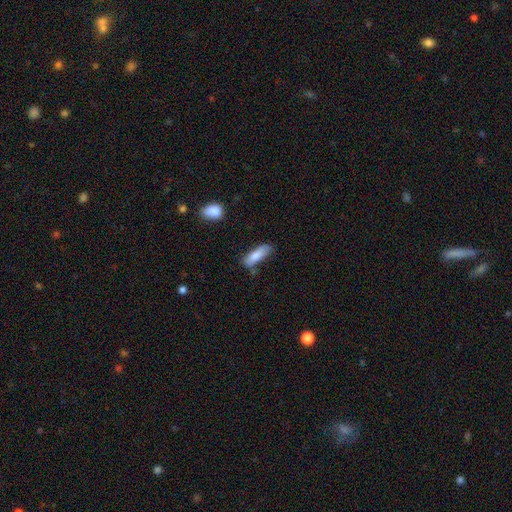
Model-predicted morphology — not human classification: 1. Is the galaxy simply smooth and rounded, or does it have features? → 79% smooth, 15% featured or disk, 6% star or artifact.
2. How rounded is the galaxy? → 53% in between, 45% cigar-shaped, 2% round.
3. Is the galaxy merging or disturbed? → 67% none, 23% minor disturbance, 6% merger, 5% major disturbance.